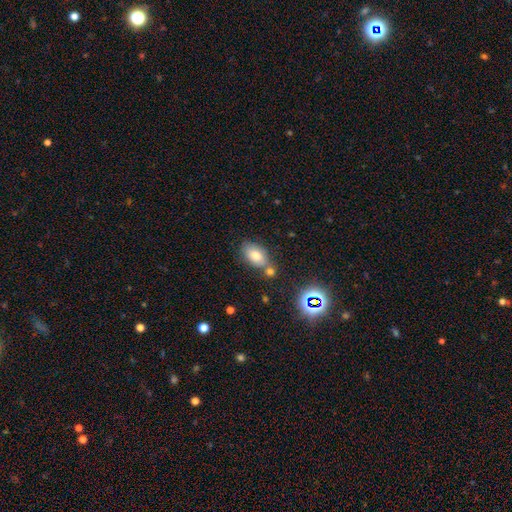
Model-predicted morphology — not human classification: Smooth or featured? Predicted: smooth (p=0.75). How rounded? Predicted: in between (p=0.88). Merging? Predicted: none (p=0.63).